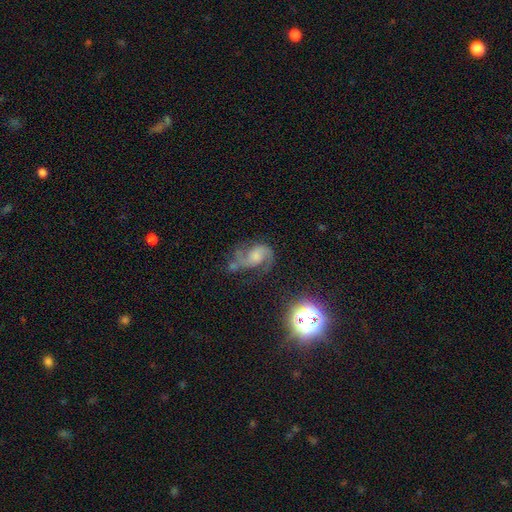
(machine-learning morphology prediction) A featured or disk galaxy (77%) with no bar (58%), 2 (87%) medium (47%) spiral arms (94%) and a moderate central bulge (35%).

Vote fractions:
- Smooth or featured? featured or disk: 77% / smooth: 12% / star or artifact: 11%
- Edge-on disk? no: 98% / yes: 2%
- Bar? no: 58% / weak: 35% / strong: 7%
- Spiral arms? yes: 94% / no: 6%
- Spiral winding? medium: 47% / loose: 40% / tight: 13%
- Spiral arm count? 2: 87% / 1: 5% / can't tell: 4% / 3: 2% / 4: 1% / more than 4: 1%
- Bulge size? moderate: 35% / small: 31% / none: 20% / large: 12% / dominant: 2%
- Merging? none: 48% / minor disturbance: 23% / major disturbance: 21% / merger: 9%